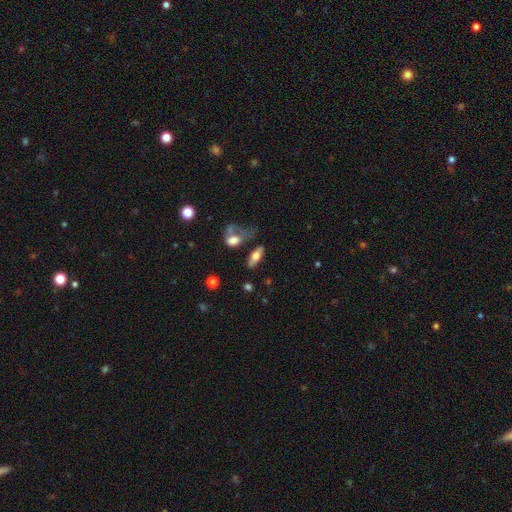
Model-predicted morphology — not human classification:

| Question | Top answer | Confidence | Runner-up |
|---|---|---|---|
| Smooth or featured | smooth | 58% | featured or disk (34%) |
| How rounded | in between | 69% | cigar-shaped (27%) |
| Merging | none | 63% | minor disturbance (17%) |